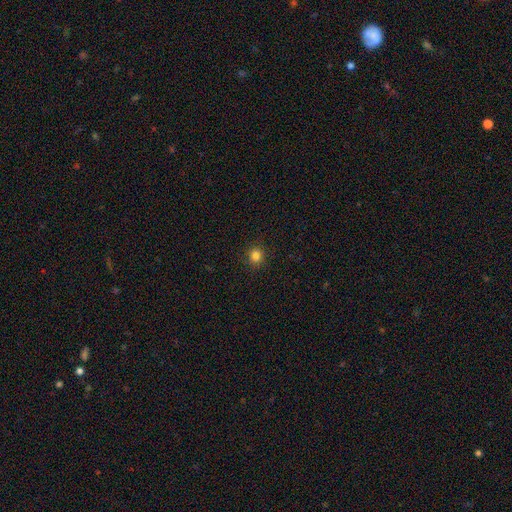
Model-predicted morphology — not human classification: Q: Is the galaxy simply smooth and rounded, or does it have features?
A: smooth — 83%.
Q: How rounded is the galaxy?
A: round — 91%.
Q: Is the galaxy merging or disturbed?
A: none — 91%.